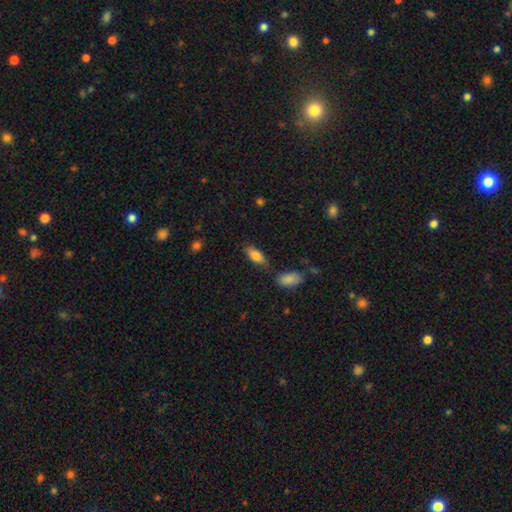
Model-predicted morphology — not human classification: Smooth or featured?
  - smooth: 83% *
  - featured or disk: 10%
  - star or artifact: 7%
How rounded?
  - in between: 81% *
  - cigar-shaped: 17%
  - round: 2%
Merging?
  - none: 71% *
  - minor disturbance: 17%
  - merger: 8%
  - major disturbance: 4%